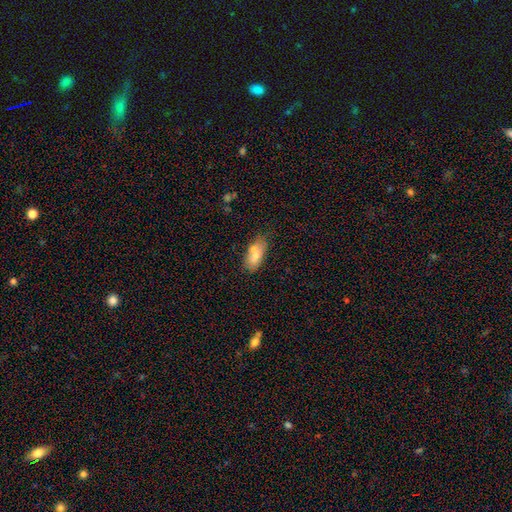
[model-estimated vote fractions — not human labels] Smooth or featured? smooth (71%)
How rounded? in between (82%)
Merging? none (57%)